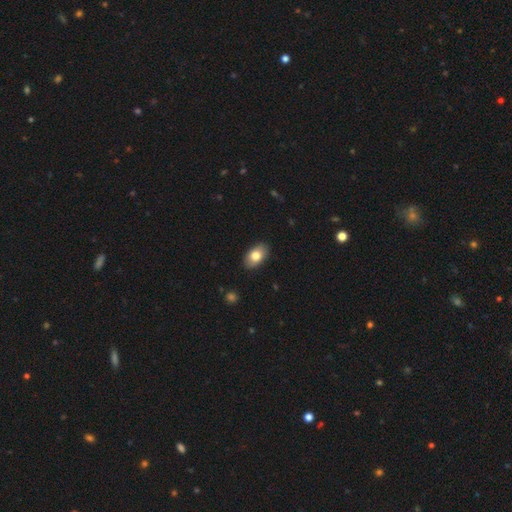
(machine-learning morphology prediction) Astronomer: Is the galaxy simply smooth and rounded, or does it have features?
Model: smooth — 79%.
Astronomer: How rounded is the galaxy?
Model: in between — 92%.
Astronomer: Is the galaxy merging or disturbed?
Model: none — 88%.